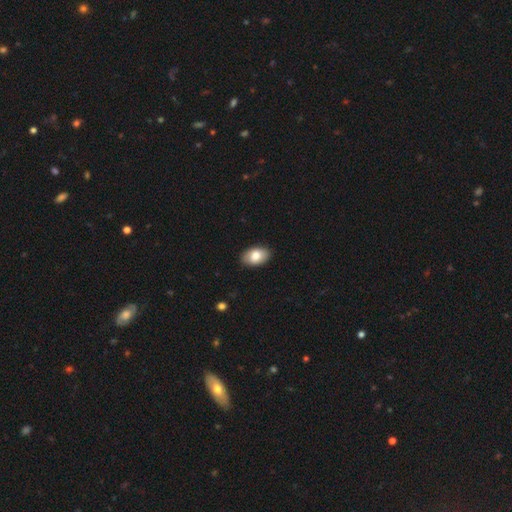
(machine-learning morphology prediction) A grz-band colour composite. It shows a smooth galaxy with no disk features (82%) that is in between round and cigar-shaped (92%). Merging: none (88%).